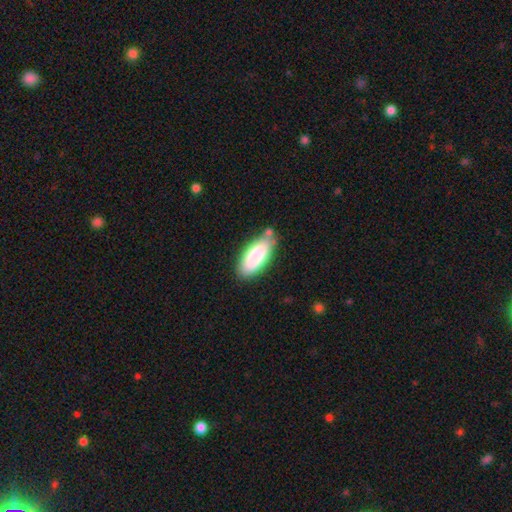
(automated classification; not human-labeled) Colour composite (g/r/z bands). It shows a smooth galaxy with no disk features (85%) that is in between round and cigar-shaped (82%). Merging: none (70%).